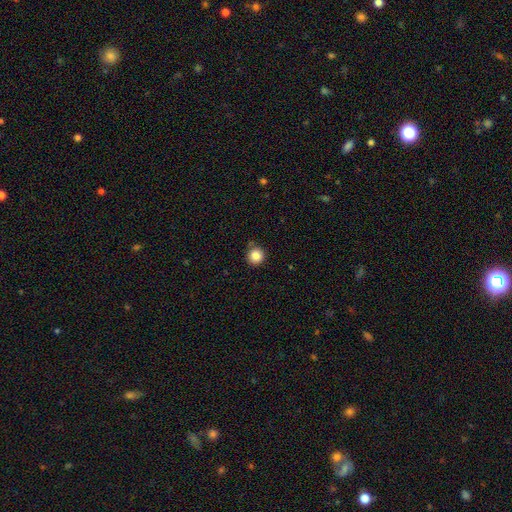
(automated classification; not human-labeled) Smooth or featured?
  - smooth: 86% *
  - star or artifact: 10%
  - featured or disk: 4%
How rounded?
  - round: 95% *
  - in between: 4%
  - cigar-shaped: 1%
Merging?
  - none: 84% *
  - minor disturbance: 10%
  - merger: 3%
  - major disturbance: 2%